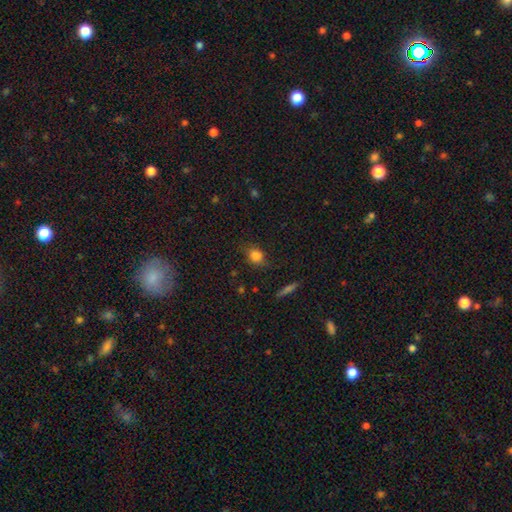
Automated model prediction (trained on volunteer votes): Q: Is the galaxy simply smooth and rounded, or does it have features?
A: smooth — 81%.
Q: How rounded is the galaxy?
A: round — 54%.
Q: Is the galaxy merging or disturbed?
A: none — 73%.